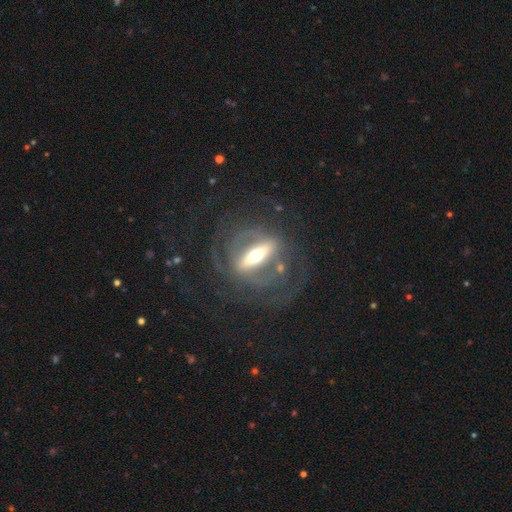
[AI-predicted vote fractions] Smooth or featured?
  - featured or disk: 82% *
  - smooth: 11%
  - star or artifact: 6%
Edge-on disk?
  - no: 72% *
  - yes: 28%
Bar?
  - strong: 79% *
  - weak: 12%
  - no: 9%
Spiral arms?
  - yes: 69% *
  - no: 31%
Bulge size?
  - moderate: 59% *
  - large: 19%
  - small: 17%
  - dominant: 4%
  - none: 1%
Merging?
  - none: 59% *
  - major disturbance: 22%
  - minor disturbance: 15%
  - merger: 4%